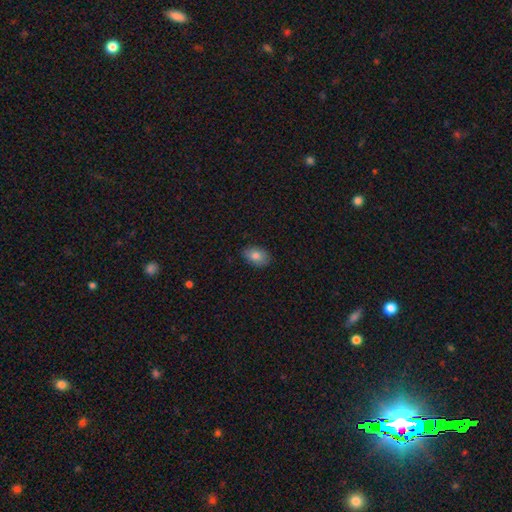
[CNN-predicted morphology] Smooth or featured? Predicted: smooth (p=0.83). How rounded? Predicted: in between (p=0.86). Merging? Predicted: none (p=0.84).